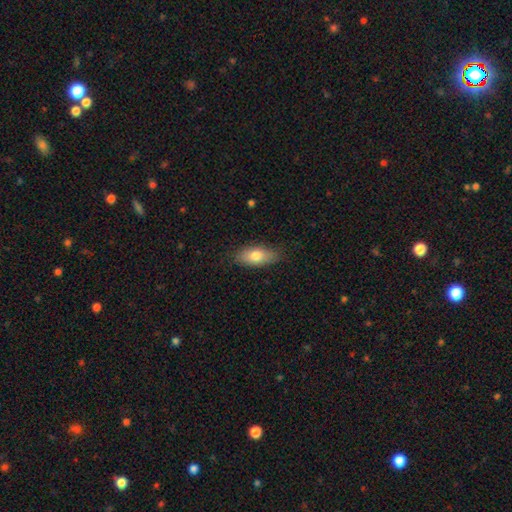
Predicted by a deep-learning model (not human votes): smooth-or-featured: smooth: 77% | featured or disk: 16% | star or artifact: 7%
  how-rounded: in between: 84% | cigar-shaped: 12% | round: 4%
  merging: none: 81% | minor disturbance: 15% | major disturbance: 3% | merger: 1%